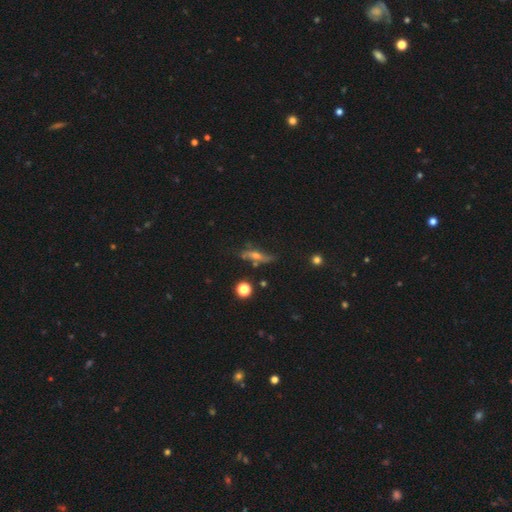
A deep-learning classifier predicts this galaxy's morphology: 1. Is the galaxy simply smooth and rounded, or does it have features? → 57% featured or disk, 29% smooth, 14% star or artifact.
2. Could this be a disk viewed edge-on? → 79% yes, 21% no.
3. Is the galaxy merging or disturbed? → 67% none, 21% minor disturbance, 8% major disturbance, 5% merger.